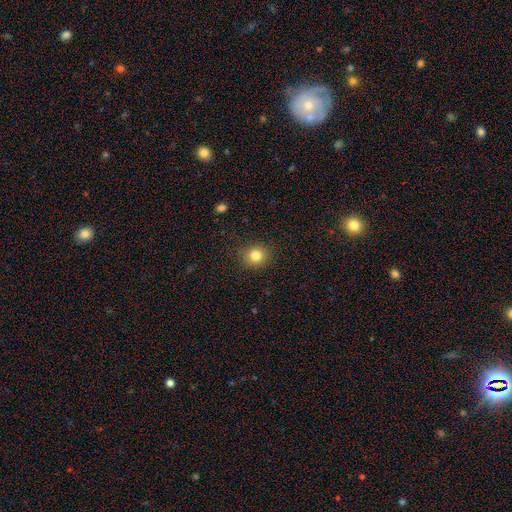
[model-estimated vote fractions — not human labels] A smooth galaxy with no disk features (82%) that is round (82%).

Vote fractions:
- Smooth or featured? smooth: 82% / star or artifact: 12% / featured or disk: 6%
- How rounded? round: 82% / in between: 17% / cigar-shaped: 1%
- Merging? none: 88% / minor disturbance: 9% / major disturbance: 3% / merger: 1%